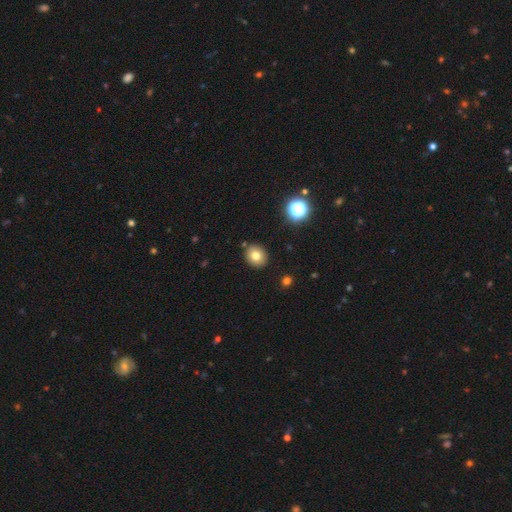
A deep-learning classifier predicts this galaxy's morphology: smooth_or_featured: smooth (p=0.77) [alt: star or artifact p=0.13]
how_rounded: round (p=0.72) [alt: in between p=0.27]
merging: none (p=0.88) [alt: minor disturbance p=0.08]